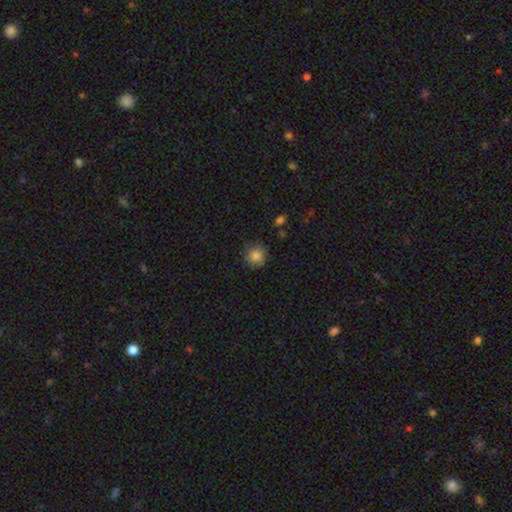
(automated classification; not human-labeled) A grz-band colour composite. It shows a smooth galaxy with no disk features (81%) that is round (89%). Merging: none (76%).